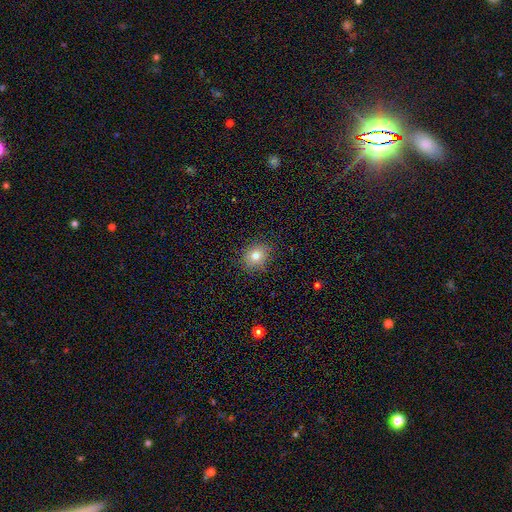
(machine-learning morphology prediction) A smooth galaxy with no disk features (79%) that is round (65%). Merging: none (86%).